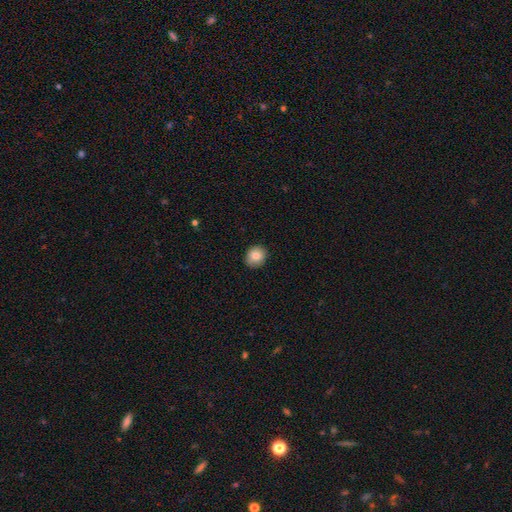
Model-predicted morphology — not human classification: Overall: smooth (84%). How rounded: round (78%). Merging: none (90%).